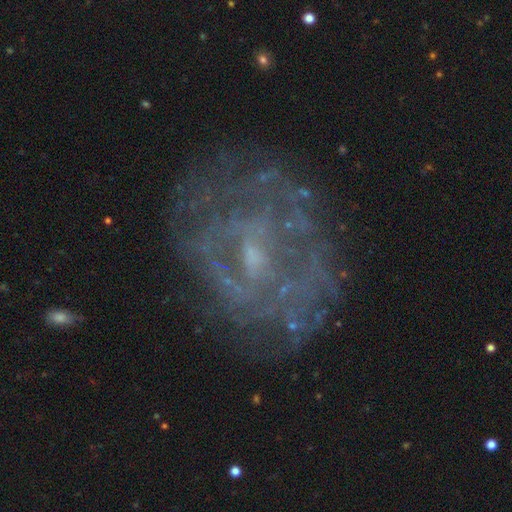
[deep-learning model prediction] This appears to be a featured or disk galaxy (69%) with no bar (48%), spiral arms (59%) and a small central bulge (67%). Merging: none (72%).